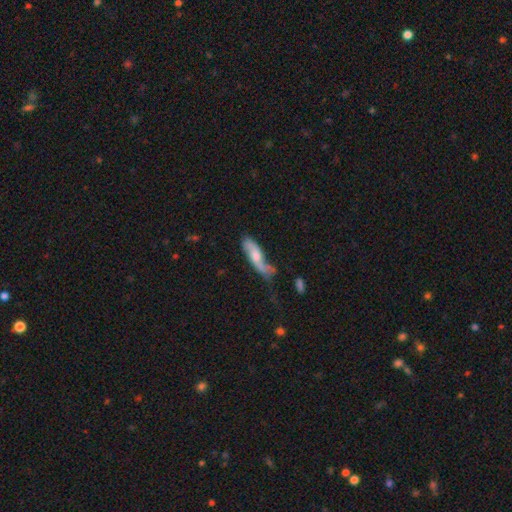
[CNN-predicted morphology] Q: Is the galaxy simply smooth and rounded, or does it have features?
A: smooth — 49%.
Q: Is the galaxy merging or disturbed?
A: none — 45%.